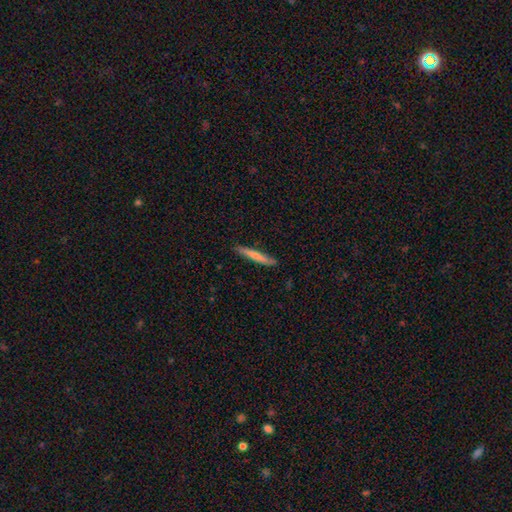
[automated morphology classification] This appears to be a smooth galaxy with no disk features (69%) that is cigar-shaped (95%). Merging: none (87%).